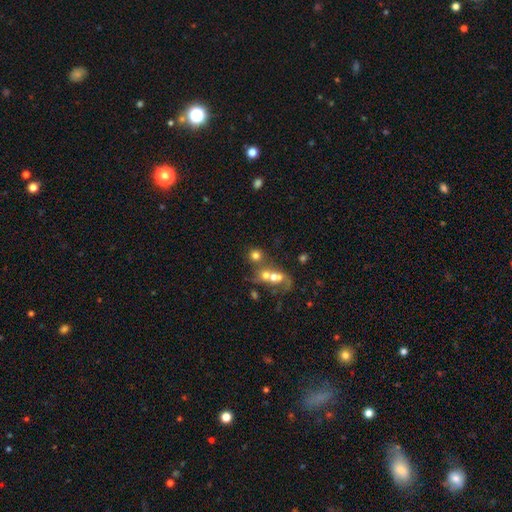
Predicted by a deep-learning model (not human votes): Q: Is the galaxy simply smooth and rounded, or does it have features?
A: smooth — 68%.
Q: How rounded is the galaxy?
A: round — 82%.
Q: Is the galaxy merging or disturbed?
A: merger — 48%.